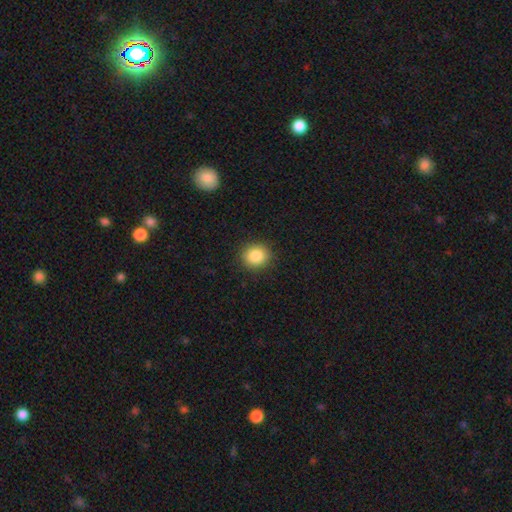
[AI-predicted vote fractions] smooth_or_featured: smooth (p=0.86) [alt: star or artifact p=0.09]
how_rounded: round (p=0.83) [alt: in between p=0.16]
merging: none (p=0.90) [alt: minor disturbance p=0.07]